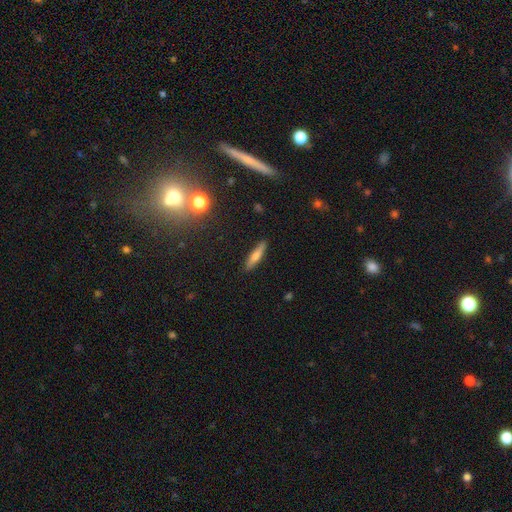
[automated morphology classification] Smooth or featured: smooth — 70% (featured or disk — 22%)
How rounded: cigar-shaped — 81% (in between — 17%)
Merging: none — 87% (minor disturbance — 10%)